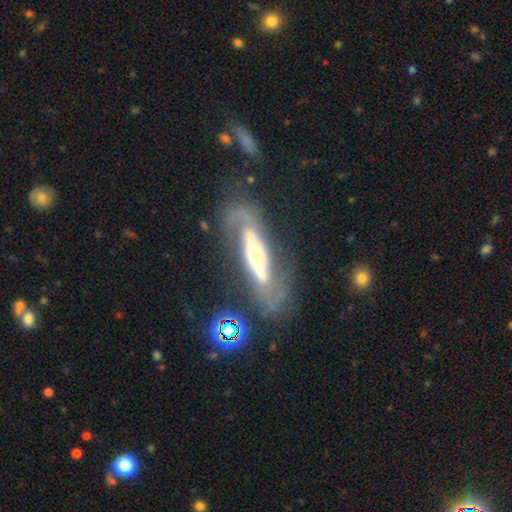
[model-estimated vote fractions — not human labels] featured or disk 79%, smooth 14%, star or artifact 7%. Down the decision tree: edge-on disk — no (84%); bar — no (48%); spiral arms — yes (83%); spiral arm count — 2 (78%); spiral winding — medium (41%); bulge size — moderate (46%); merging — none (58%).